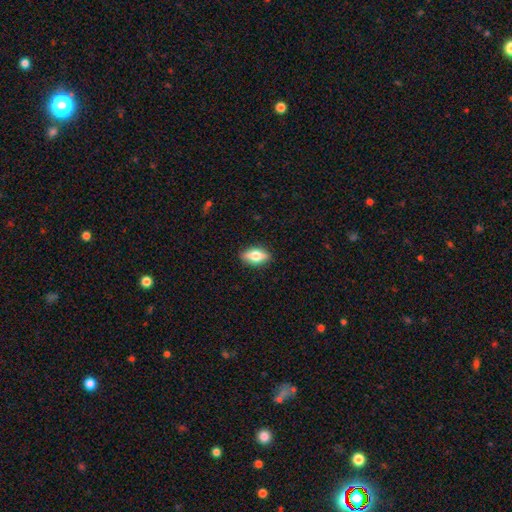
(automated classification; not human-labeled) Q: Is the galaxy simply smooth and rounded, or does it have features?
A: smooth — 58%.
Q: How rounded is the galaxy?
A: in between — 79%.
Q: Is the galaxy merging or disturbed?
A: none — 88%.